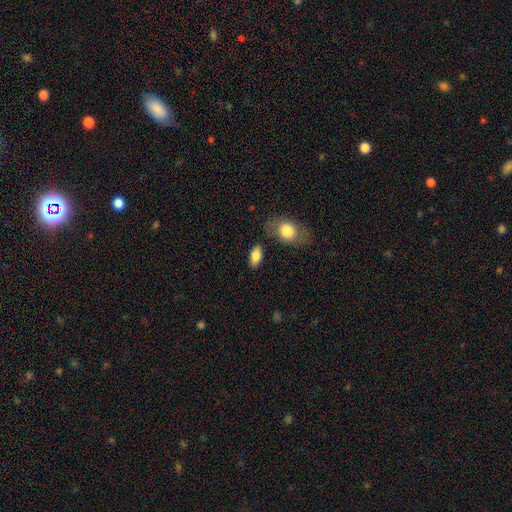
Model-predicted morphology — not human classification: type=smooth (83%); roundness=in between (91%); merging=none (79%).